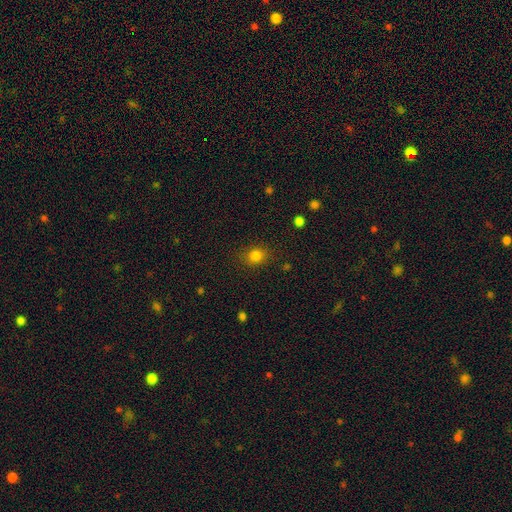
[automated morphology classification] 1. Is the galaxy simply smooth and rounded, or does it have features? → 82% smooth, 13% star or artifact, 5% featured or disk.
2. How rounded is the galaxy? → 65% round, 34% in between, 1% cigar-shaped.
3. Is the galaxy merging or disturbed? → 84% none, 11% minor disturbance, 4% major disturbance, 2% merger.